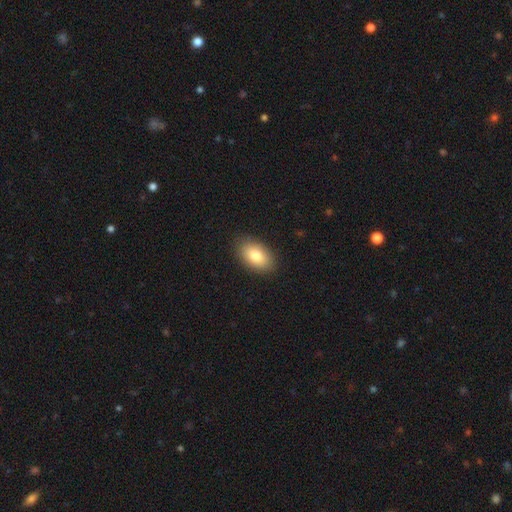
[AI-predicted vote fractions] The model was most divided on "smooth or featured": smooth: 82%, featured or disk: 11%, star or artifact: 7%. More confident: how rounded — in between (91%); merging — none (88%).